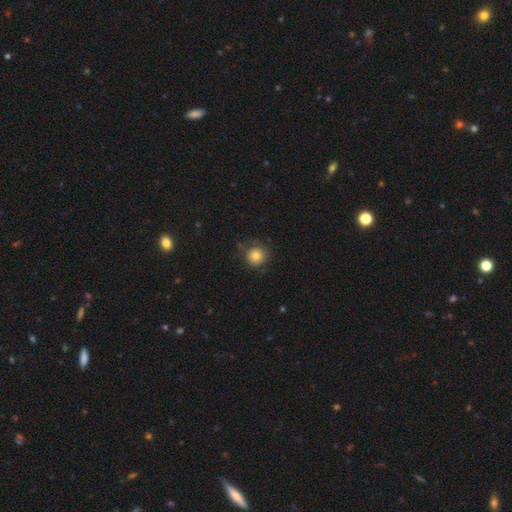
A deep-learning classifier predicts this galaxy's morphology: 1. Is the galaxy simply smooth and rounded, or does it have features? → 77% smooth, 13% featured or disk, 10% star or artifact.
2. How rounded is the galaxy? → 93% round, 6% in between, 1% cigar-shaped.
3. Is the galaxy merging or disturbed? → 70% none, 19% minor disturbance, 9% major disturbance, 2% merger.